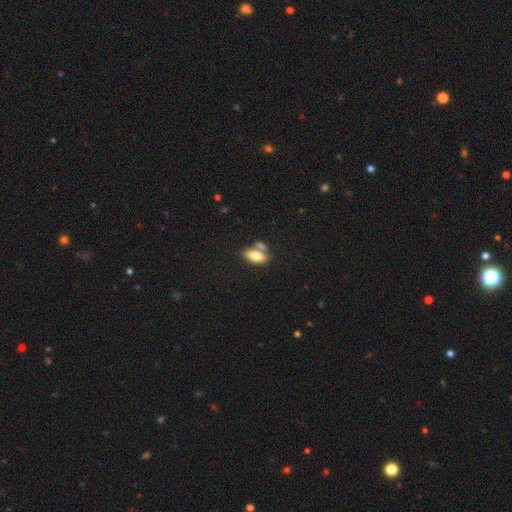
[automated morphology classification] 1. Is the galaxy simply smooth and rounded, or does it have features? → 76% smooth, 17% featured or disk, 7% star or artifact.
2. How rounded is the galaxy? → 88% in between, 8% cigar-shaped, 4% round.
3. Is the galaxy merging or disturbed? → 52% none, 30% merger, 13% minor disturbance, 5% major disturbance.